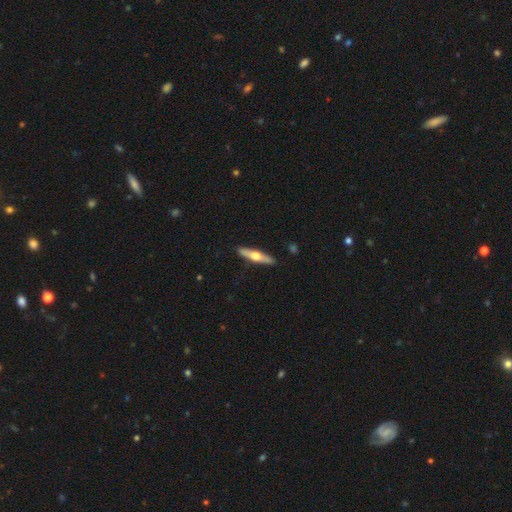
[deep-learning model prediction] A featured or disk galaxy (56%) viewed edge-on (94%) with a rounded central bulge (94%).

Vote fractions:
- Smooth or featured? featured or disk: 56% / smooth: 39% / star or artifact: 5%
- Edge-on disk? yes: 94% / no: 6%
- Edge-on bulge? rounded: 94% / none: 3% / boxy: 2%
- Merging? none: 90% / minor disturbance: 7% / major disturbance: 1% / merger: 1%